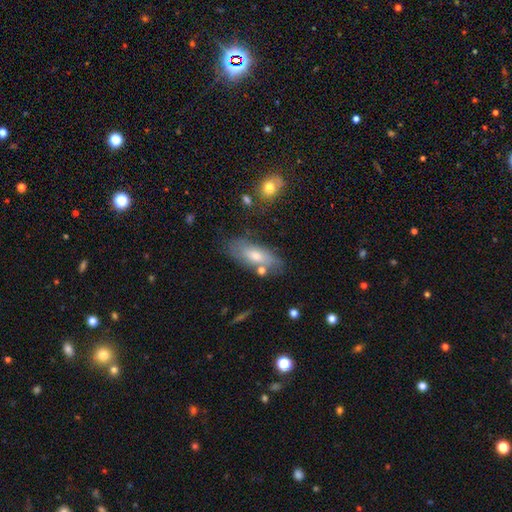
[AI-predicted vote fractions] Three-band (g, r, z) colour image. It shows a smooth galaxy with no disk features (57%) that is in between round and cigar-shaped (76%). Merging: none (70%).